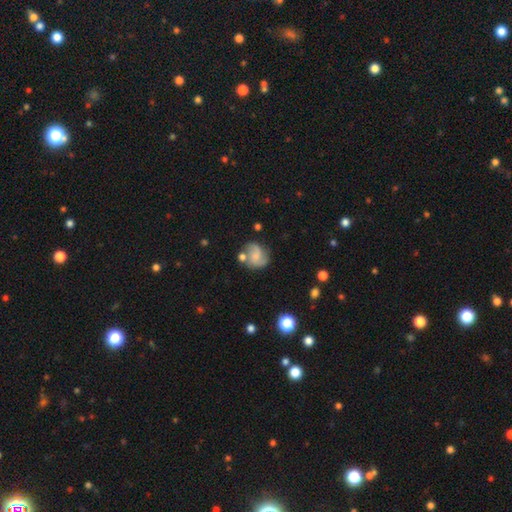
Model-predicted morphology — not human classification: Smooth or featured? Predicted: featured or disk (p=0.60). Edge-on disk? Predicted: no (p=0.98). Bar? Predicted: no (p=0.58). Spiral arms? Predicted: yes (p=0.90). Spiral winding? Predicted: medium (p=0.48). Spiral arm count? Predicted: 2 (p=0.77). Bulge size? Predicted: small (p=0.39). Merging? Predicted: none (p=0.57).